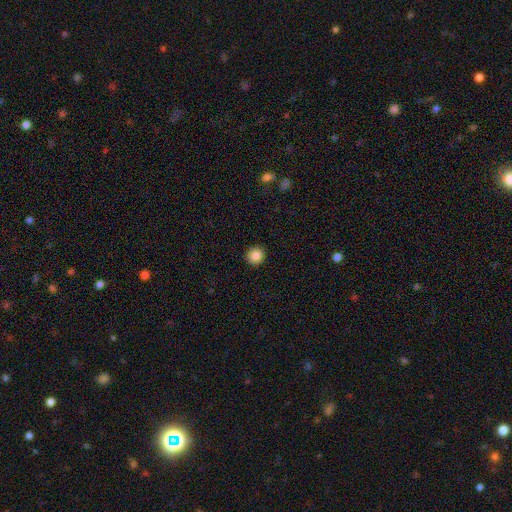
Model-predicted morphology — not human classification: Q: Smooth or featured?
A: smooth (86%); runner-up: star or artifact (10%)
Q: How rounded?
A: round (95%); runner-up: in between (4%)
Q: Merging?
A: none (93%); runner-up: minor disturbance (4%)